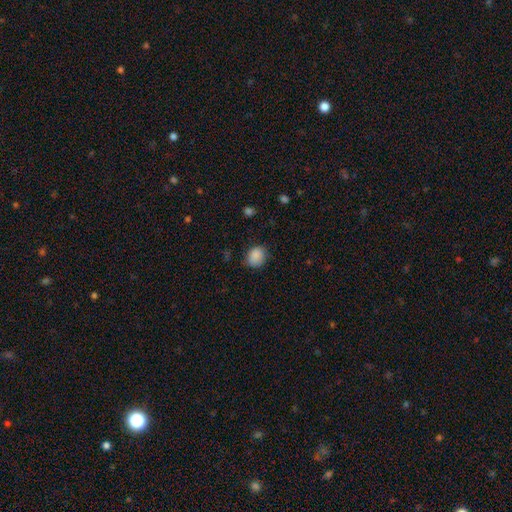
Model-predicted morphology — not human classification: Smooth or featured? Predicted: smooth (p=0.88). How rounded? Predicted: round (p=0.58). Merging? Predicted: none (p=0.74).